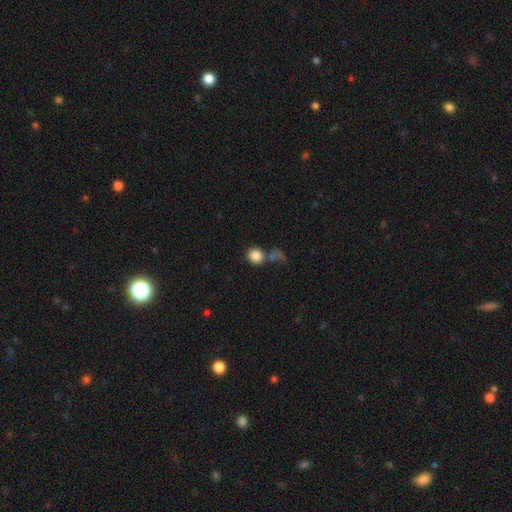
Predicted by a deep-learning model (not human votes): Smooth or featured: smooth — 85% (star or artifact — 10%)
How rounded: round — 85% (in between — 14%)
Merging: none — 59% (merger — 23%)